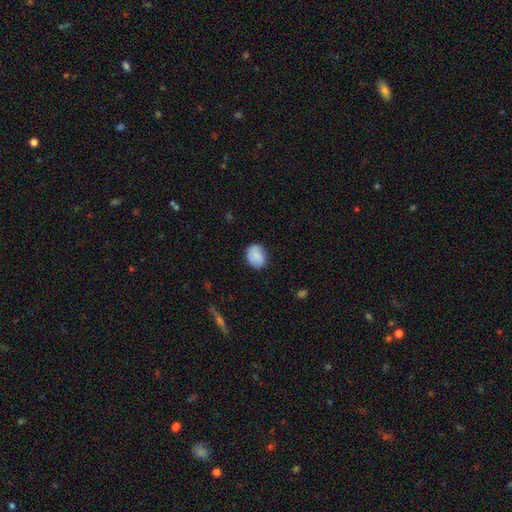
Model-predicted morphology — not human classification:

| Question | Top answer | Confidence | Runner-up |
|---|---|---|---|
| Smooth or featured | smooth | 80% | featured or disk (13%) |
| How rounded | round | 52% | in between (47%) |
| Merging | none | 78% | minor disturbance (17%) |